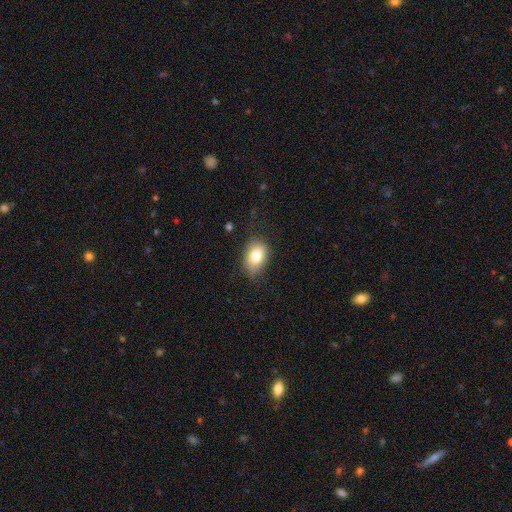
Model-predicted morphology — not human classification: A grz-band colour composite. It shows a smooth galaxy with no disk features (79%) that is in between round and cigar-shaped (80%). Merging: none (74%).